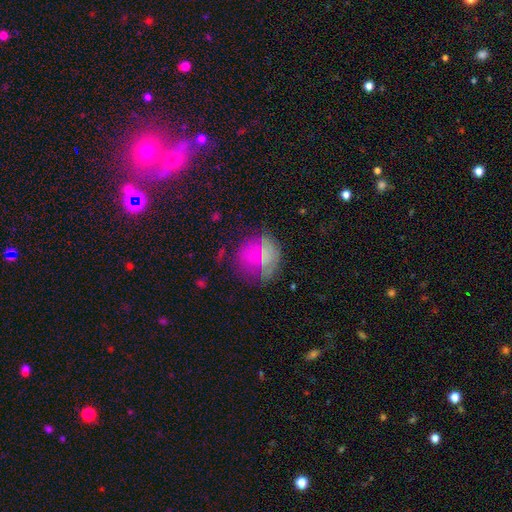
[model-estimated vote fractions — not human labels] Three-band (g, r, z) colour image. It shows a smooth galaxy with no disk features (53%) that is round (85%). Merging: none (65%).